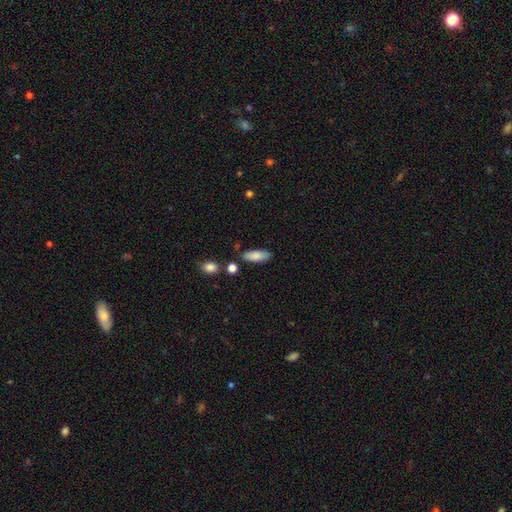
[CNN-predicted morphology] Overall: smooth (85%). How rounded: in between (74%). Merging: none (79%).